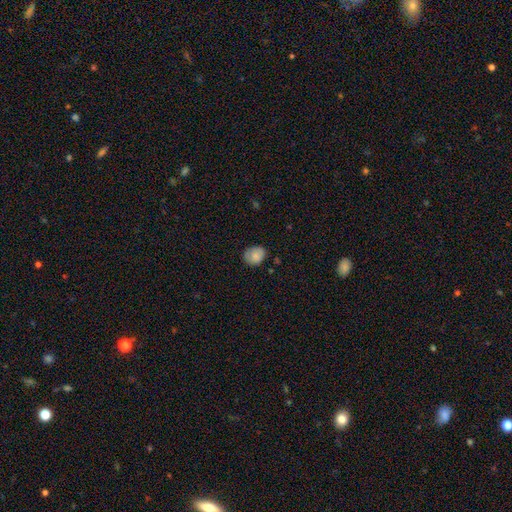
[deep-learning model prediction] This appears to be a smooth galaxy with no disk features (79%) that is round (60%). Merging: none (73%).